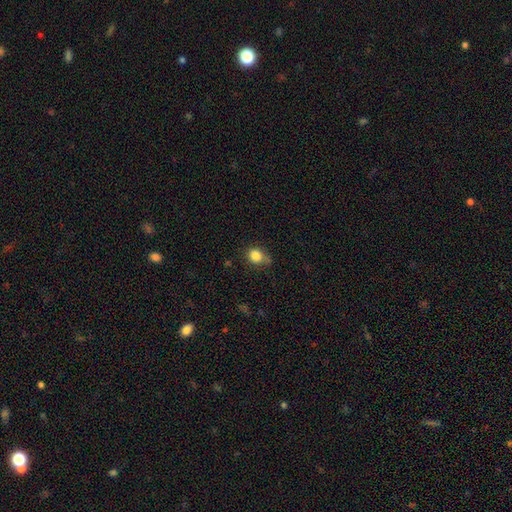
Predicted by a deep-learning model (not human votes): Smooth or featured? smooth (84%)
How rounded? round (68%)
Merging? none (61%)